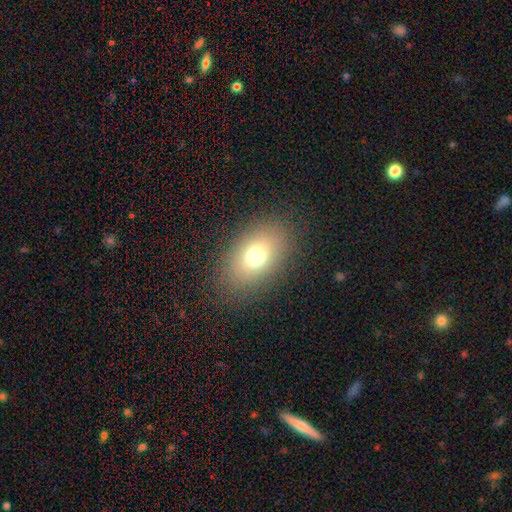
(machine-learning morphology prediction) Overall: smooth (70%). How rounded: in between (79%). Merging: none (85%).